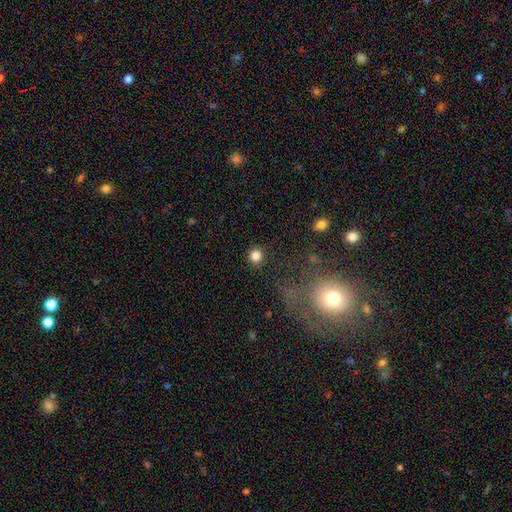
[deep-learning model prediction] smooth_or_featured: smooth (p=0.83) [alt: star or artifact p=0.12]
how_rounded: round (p=0.93) [alt: in between p=0.06]
merging: none (p=0.90) [alt: minor disturbance p=0.06]